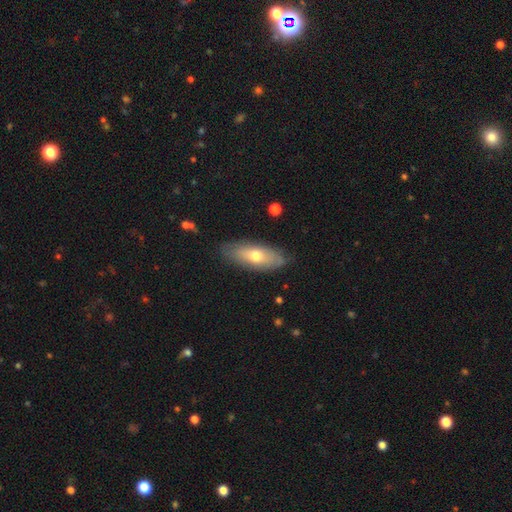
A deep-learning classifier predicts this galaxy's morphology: This is likely a smooth galaxy (62%). How rounded: likely in between (74%). Merging: clearly none (82%).